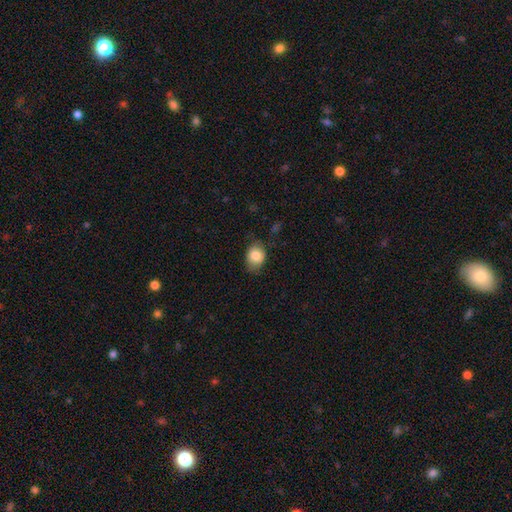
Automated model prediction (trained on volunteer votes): smooth 83%, featured or disk 9%, star or artifact 8%. Down the decision tree: how rounded — in between (57%); merging — none (72%).